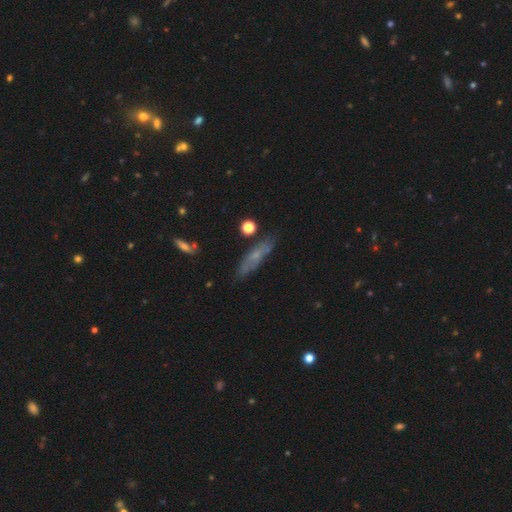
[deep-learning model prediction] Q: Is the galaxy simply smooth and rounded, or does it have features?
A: smooth — 50%.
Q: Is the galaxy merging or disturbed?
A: none — 75%.